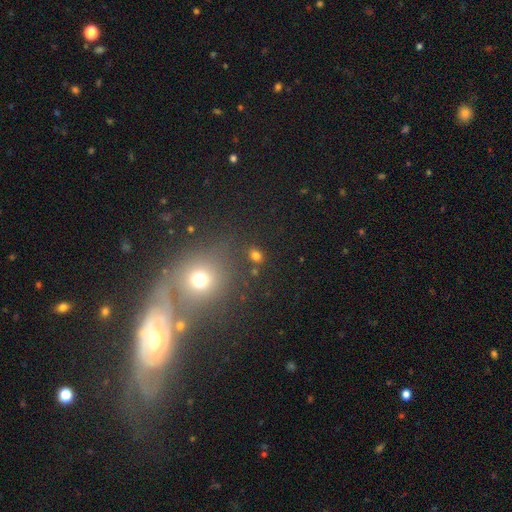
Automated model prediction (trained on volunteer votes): Smooth or featured? smooth (74%)
How rounded? round (57%)
Merging? none (82%)